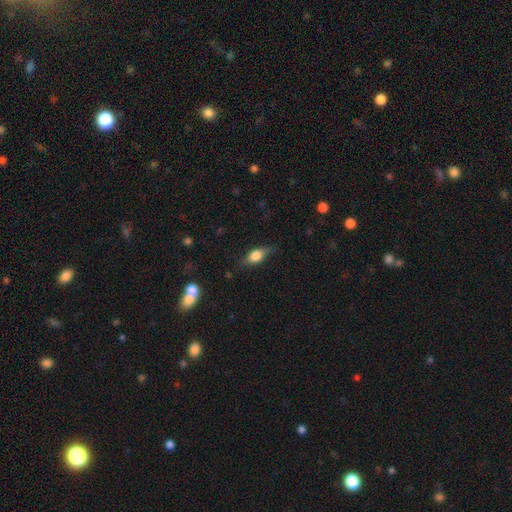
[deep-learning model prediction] Smooth or featured?
  - smooth: 65% *
  - featured or disk: 27%
  - star or artifact: 8%
How rounded?
  - in between: 74% *
  - cigar-shaped: 17%
  - round: 9%
Merging?
  - none: 74% *
  - minor disturbance: 19%
  - major disturbance: 5%
  - merger: 2%